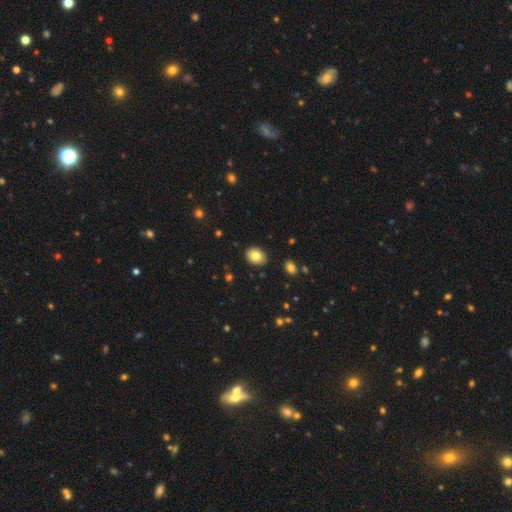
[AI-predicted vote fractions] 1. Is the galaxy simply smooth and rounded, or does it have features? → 79% smooth, 12% featured or disk, 8% star or artifact.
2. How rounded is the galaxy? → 65% in between, 34% round, 1% cigar-shaped.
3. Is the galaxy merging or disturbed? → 89% none, 8% minor disturbance, 2% major disturbance, 1% merger.